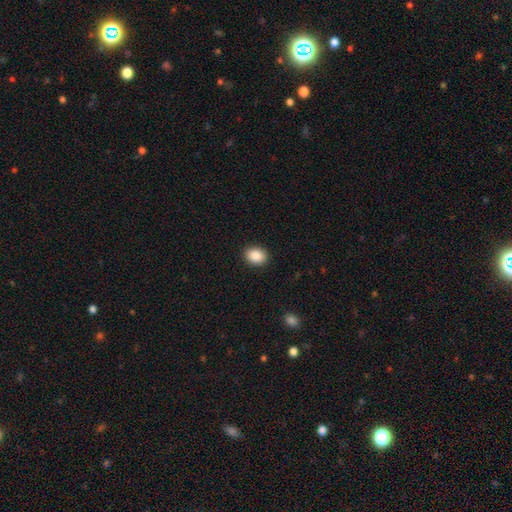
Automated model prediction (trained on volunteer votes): Smooth or featured: smooth — 88% (star or artifact — 8%)
How rounded: in between — 57% (round — 42%)
Merging: none — 90% (minor disturbance — 7%)